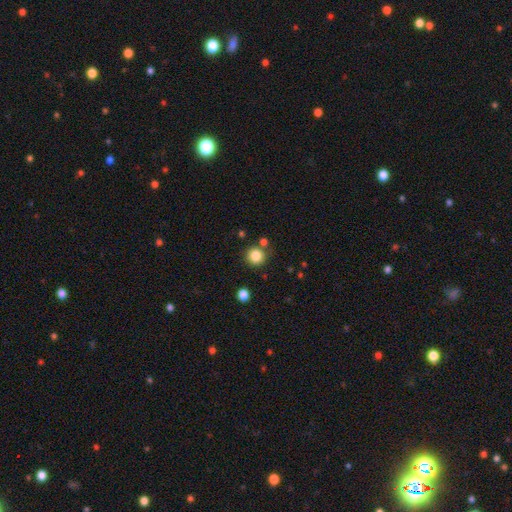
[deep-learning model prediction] Morphology: type=smooth (85%); roundness=round (93%); merging=none (80%).